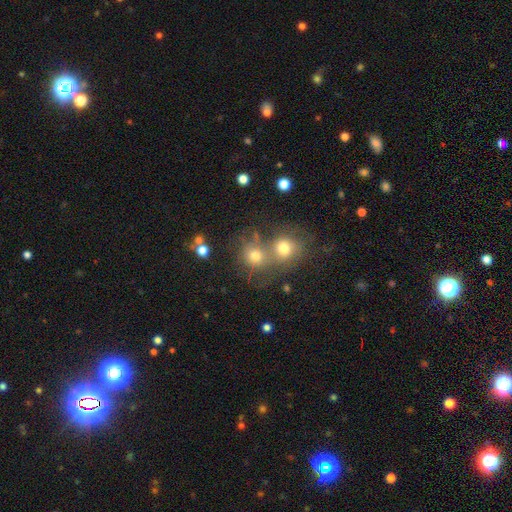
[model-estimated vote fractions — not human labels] A smooth galaxy with no disk features (67%) that is round (79%). Merging: merger (58%).